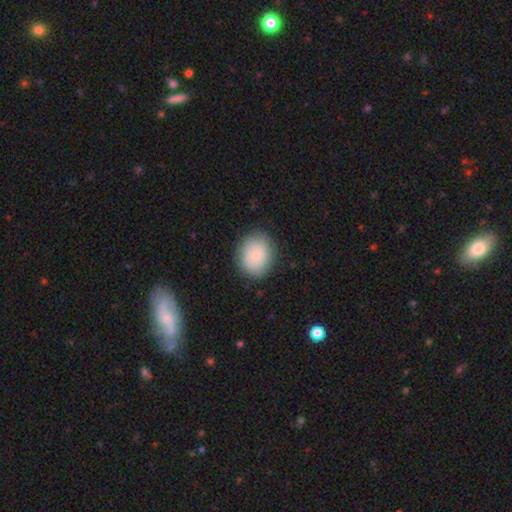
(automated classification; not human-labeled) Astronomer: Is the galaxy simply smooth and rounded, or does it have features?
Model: smooth — 82%.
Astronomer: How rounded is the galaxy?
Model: round — 63%.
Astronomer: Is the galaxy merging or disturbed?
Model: none — 84%.